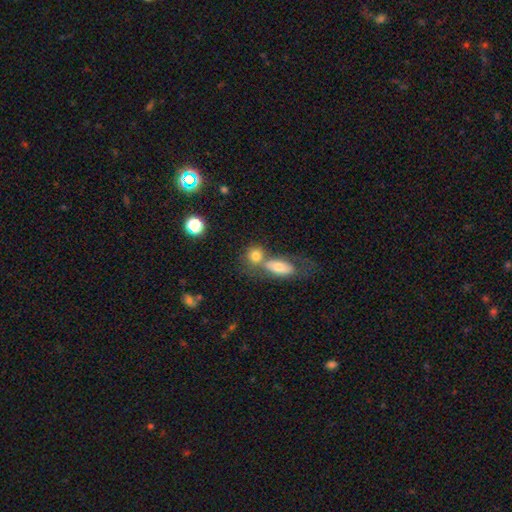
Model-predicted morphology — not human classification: Overall: smooth (77%). How rounded: round (61%; in between 35%). Merging: merger (46%; none 40%).